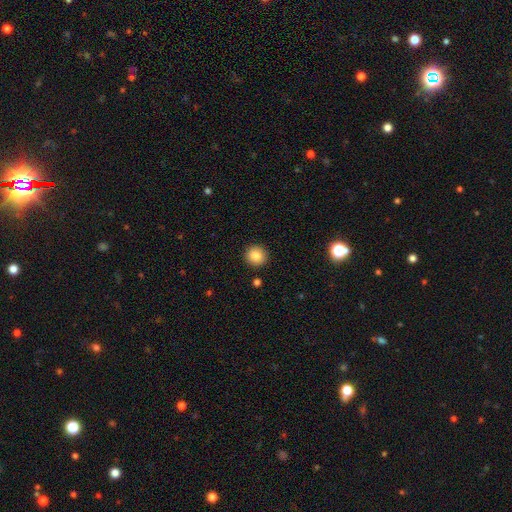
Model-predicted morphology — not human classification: Smooth or featured? Predicted: smooth (p=0.87). How rounded? Predicted: round (p=0.92). Merging? Predicted: none (p=0.91).